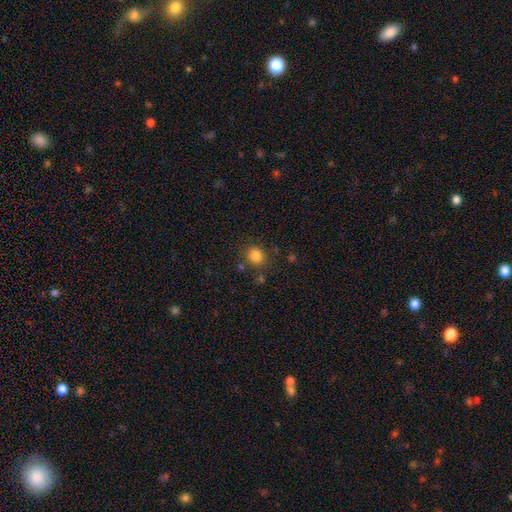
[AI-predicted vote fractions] A smooth galaxy with no disk features (83%) that is round (81%). Merging: none (82%).